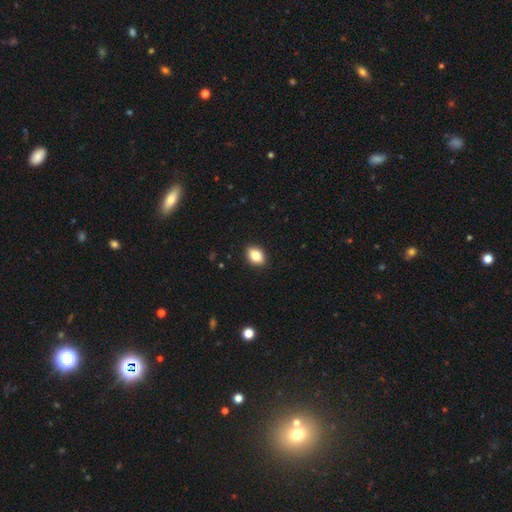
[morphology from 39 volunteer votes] Smooth or featured? smooth (77%)
How rounded? in between (80%)
Merging? none (89%)